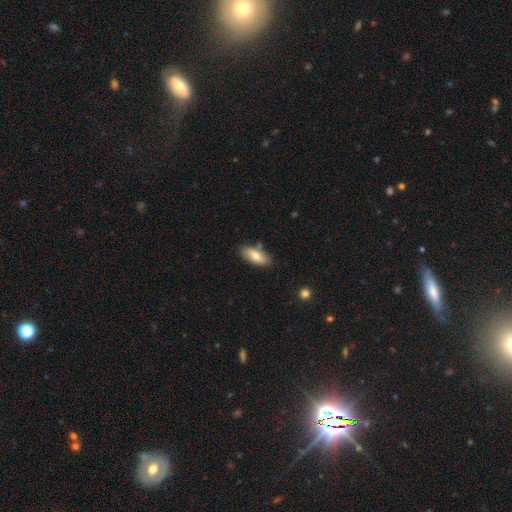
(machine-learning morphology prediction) A smooth galaxy with no disk features (73%) that is in between round and cigar-shaped (81%).

Vote fractions:
- Smooth or featured? smooth: 73% / featured or disk: 21% / star or artifact: 6%
- How rounded? in between: 81% / cigar-shaped: 16% / round: 3%
- Merging? none: 78% / minor disturbance: 15% / merger: 4% / major disturbance: 3%